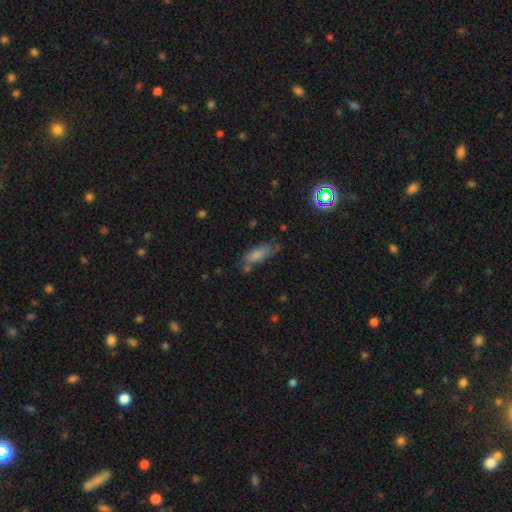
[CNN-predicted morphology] Q: Smooth or featured?
A: smooth (65%); runner-up: featured or disk (20%)
Q: How rounded?
A: in between (61%); runner-up: cigar-shaped (35%)
Q: Merging?
A: none (53%); runner-up: minor disturbance (26%)